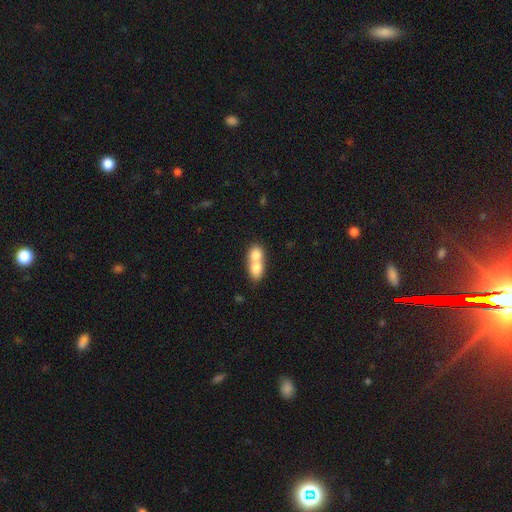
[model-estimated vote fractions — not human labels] Smooth or featured? smooth (73%)
How rounded? in between (57%)
Merging? merger (77%)